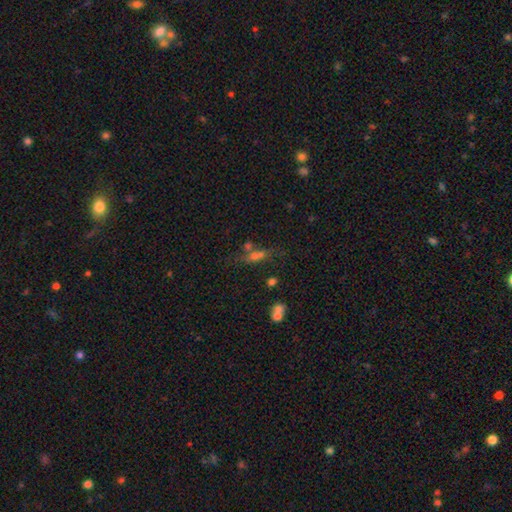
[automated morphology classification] smooth-or-featured: smooth: 44% | featured or disk: 32% | star or artifact: 24%
  merging: none: 56% | merger: 20% | minor disturbance: 15% | major disturbance: 9%